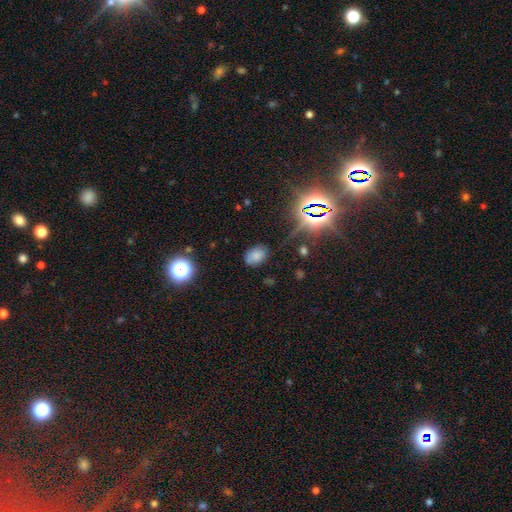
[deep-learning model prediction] smooth-or-featured: smooth: 70% | star or artifact: 19% | featured or disk: 10%
  how-rounded: in between: 78% | round: 21% | cigar-shaped: 1%
  merging: none: 73% | minor disturbance: 19% | major disturbance: 5% | merger: 3%